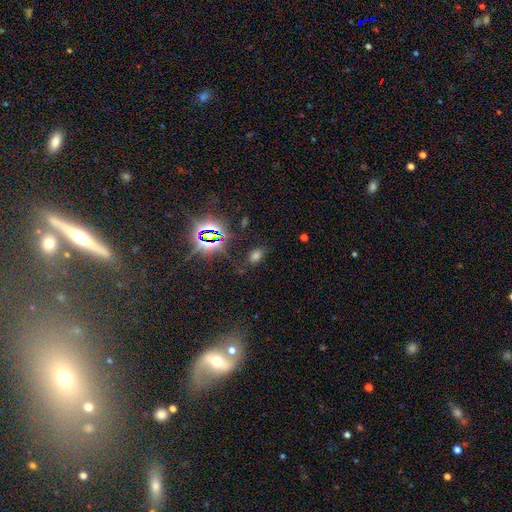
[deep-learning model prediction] smooth-or-featured: smooth: 53% | star or artifact: 40% | featured or disk: 7%
  how-rounded: in between: 84% | round: 13% | cigar-shaped: 3%
  merging: none: 80% | minor disturbance: 12% | major disturbance: 5% | merger: 3%